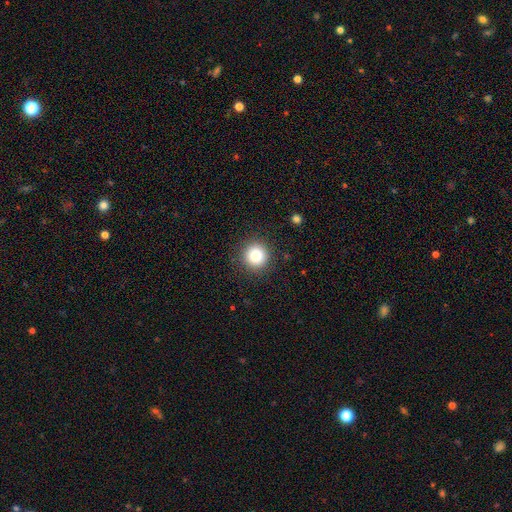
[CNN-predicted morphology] type=smooth (83%); roundness=round (95%); merging=none (90%).